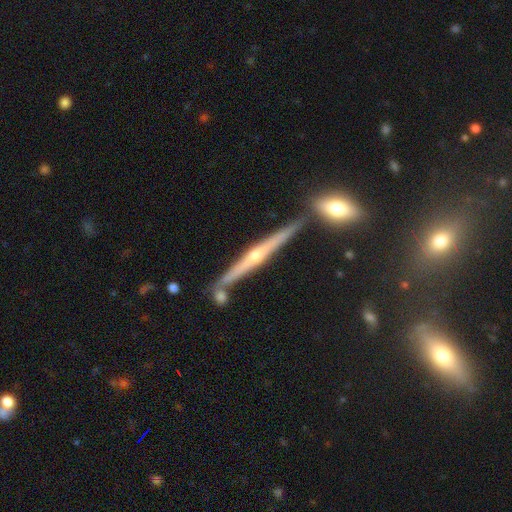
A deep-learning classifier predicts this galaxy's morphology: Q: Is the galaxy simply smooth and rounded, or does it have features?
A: featured or disk — 72%.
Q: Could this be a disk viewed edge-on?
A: yes — 97%.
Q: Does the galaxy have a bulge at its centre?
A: rounded — 79%.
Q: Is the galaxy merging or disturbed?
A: none — 79%.